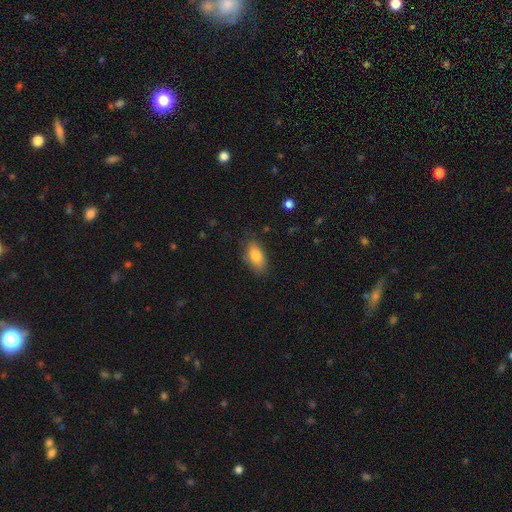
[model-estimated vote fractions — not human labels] Morphology: type=smooth (83%); roundness=in between (89%); merging=none (77%).